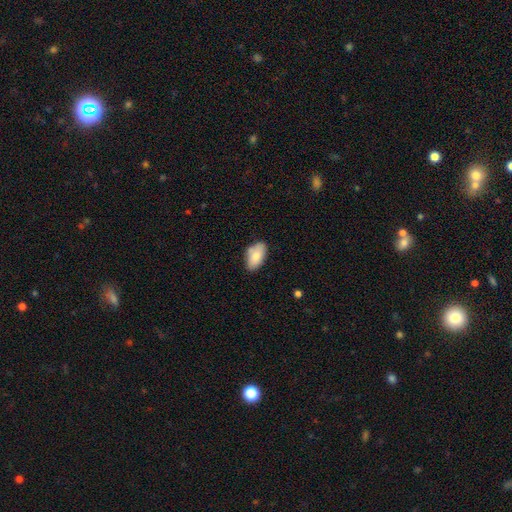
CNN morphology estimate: Smooth or featured: smooth — 81% (featured or disk — 12%)
How rounded: in between — 94% (round — 4%)
Merging: none — 71% (minor disturbance — 21%)